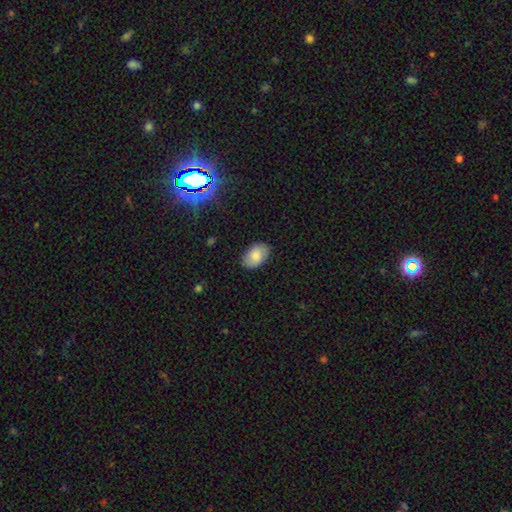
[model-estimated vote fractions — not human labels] A smooth galaxy with no disk features (81%) that is in between round and cigar-shaped (89%). Merging: none (84%).